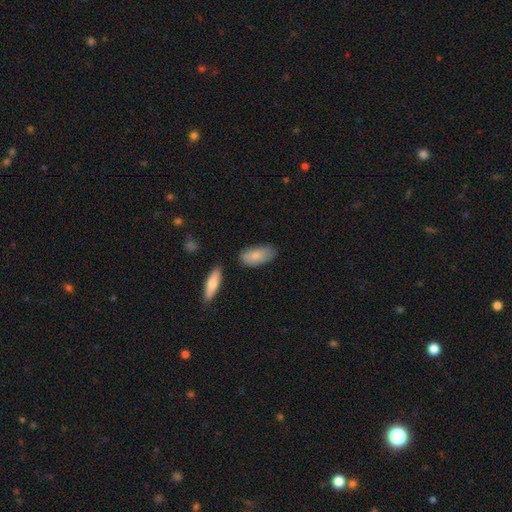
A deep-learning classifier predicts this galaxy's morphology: type=smooth (81%); roundness=in between (90%); merging=none (65%).